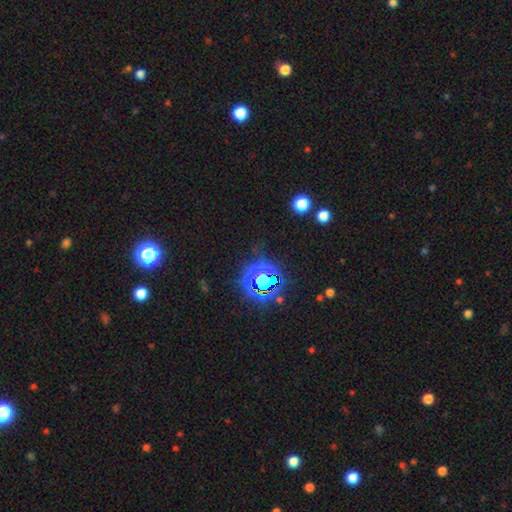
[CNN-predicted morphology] A star or artifact, not a galaxy (82%).

Vote fractions:
- Smooth or featured? star or artifact: 82% / smooth: 12% / featured or disk: 7%